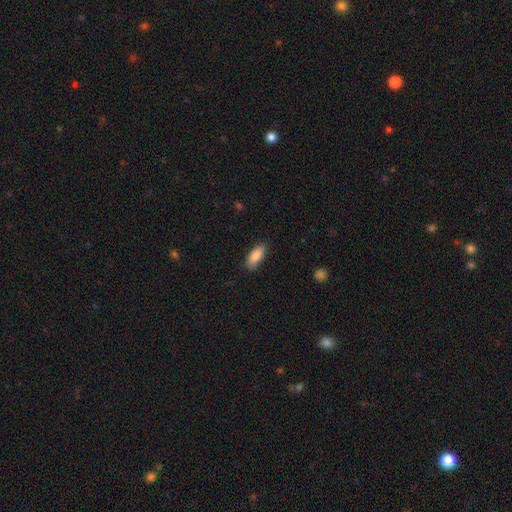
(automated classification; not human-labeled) Smooth or featured? Predicted: smooth (p=0.87). How rounded? Predicted: in between (p=0.81). Merging? Predicted: none (p=0.84).